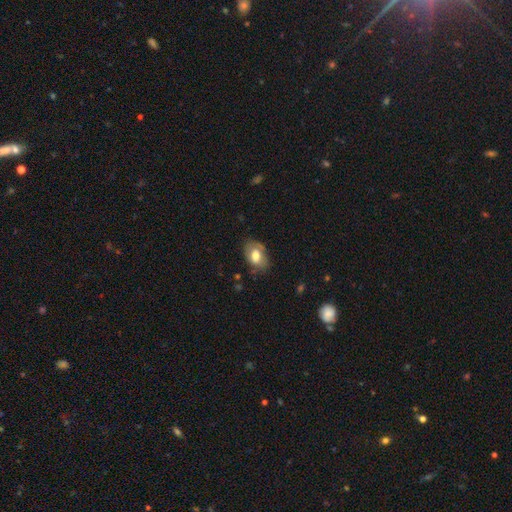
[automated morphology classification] Smooth or featured? Predicted: smooth (p=0.68). How rounded? Predicted: in between (p=0.83). Merging? Predicted: none (p=0.64).